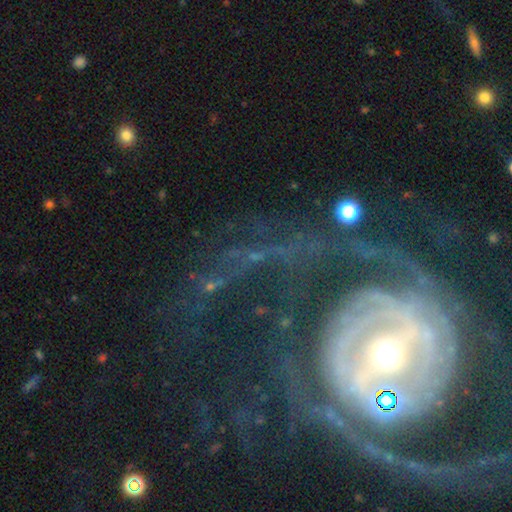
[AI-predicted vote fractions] Smooth or featured? Predicted: star or artifact (p=0.54).